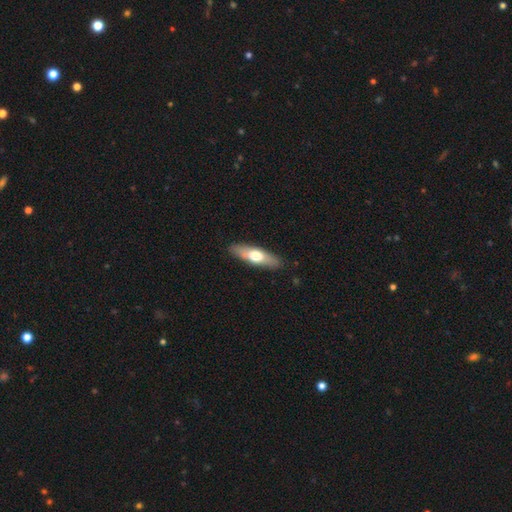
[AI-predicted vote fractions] A smooth galaxy with no disk features (55%) that is cigar-shaped (55%). Merging: none (87%).